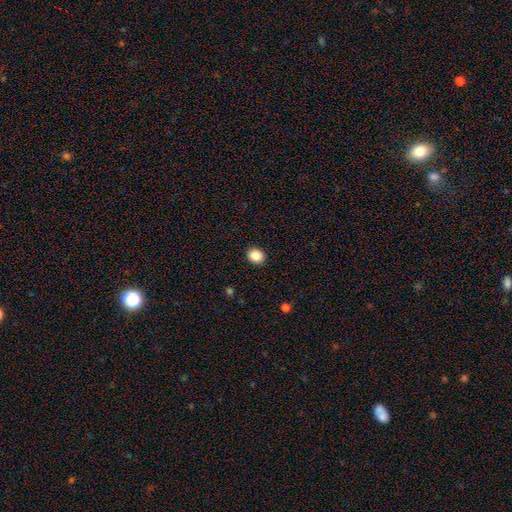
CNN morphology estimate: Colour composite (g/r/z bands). It shows a smooth galaxy with no disk features (86%) that is round (62%). Merging: none (92%).